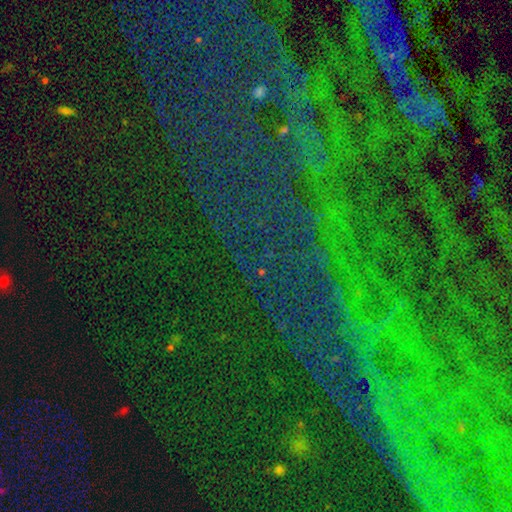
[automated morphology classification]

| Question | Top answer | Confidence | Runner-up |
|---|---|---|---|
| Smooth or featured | star or artifact | 82% | smooth (9%) |